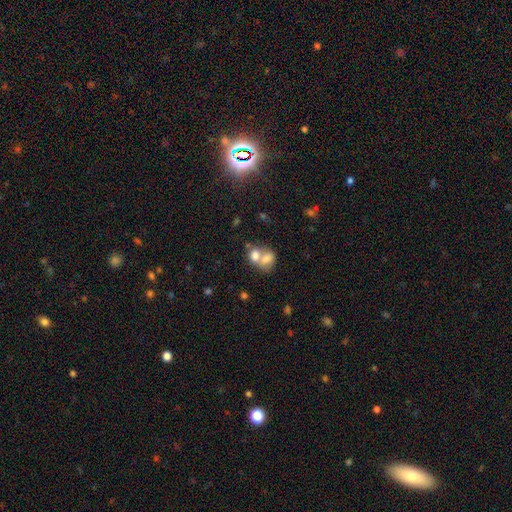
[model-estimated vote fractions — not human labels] The model was most divided on "how rounded": in between: 52%, round: 47%, cigar-shaped: 1%. More confident: smooth or featured — smooth (73%); merging — merger (71%).